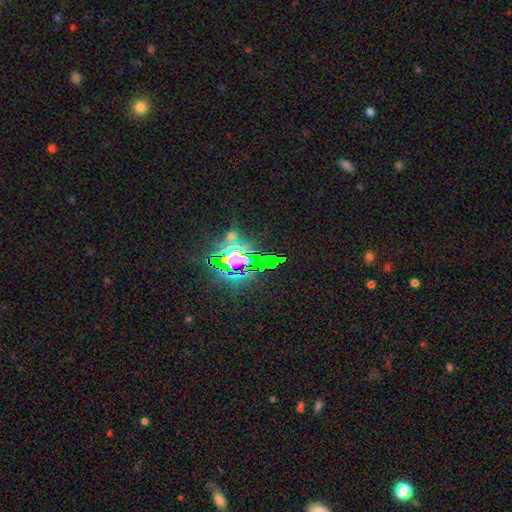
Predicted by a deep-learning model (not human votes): This is clearly a star or artifact rather than a galaxy (84%).